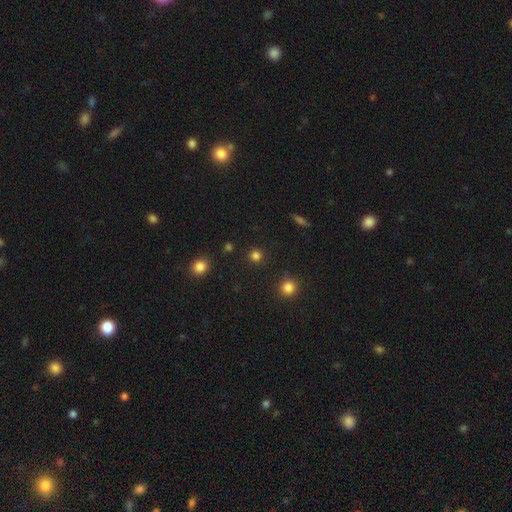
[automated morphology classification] Q: Smooth or featured?
A: smooth (80%); runner-up: star or artifact (16%)
Q: How rounded?
A: round (93%); runner-up: in between (6%)
Q: Merging?
A: none (90%); runner-up: minor disturbance (6%)